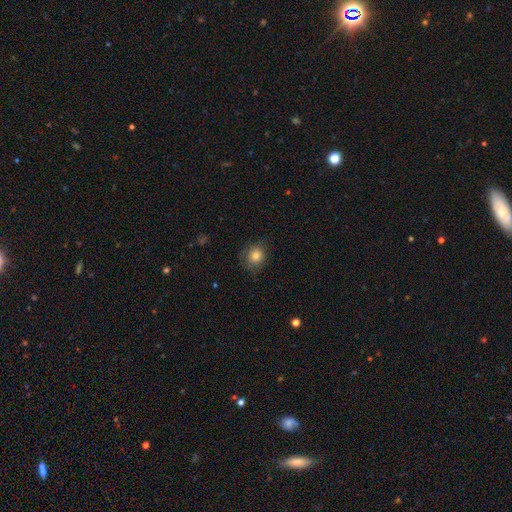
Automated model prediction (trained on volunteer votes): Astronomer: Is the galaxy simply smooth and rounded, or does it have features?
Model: smooth — 82%.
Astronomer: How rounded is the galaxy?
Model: round — 75%.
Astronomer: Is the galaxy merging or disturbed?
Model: none — 78%.